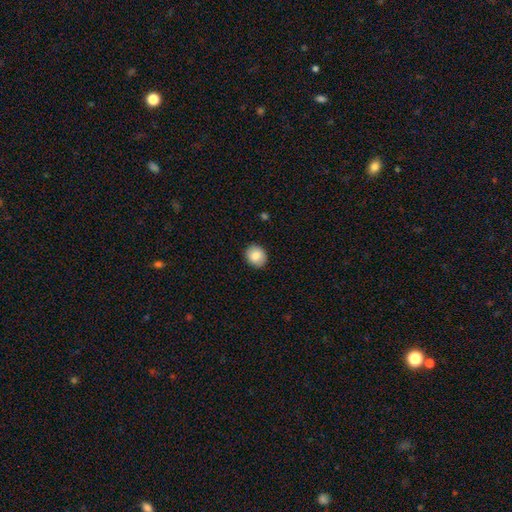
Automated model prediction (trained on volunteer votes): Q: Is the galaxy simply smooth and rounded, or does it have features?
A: smooth — 86%.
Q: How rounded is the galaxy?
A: round — 69%.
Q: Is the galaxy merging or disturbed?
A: none — 89%.